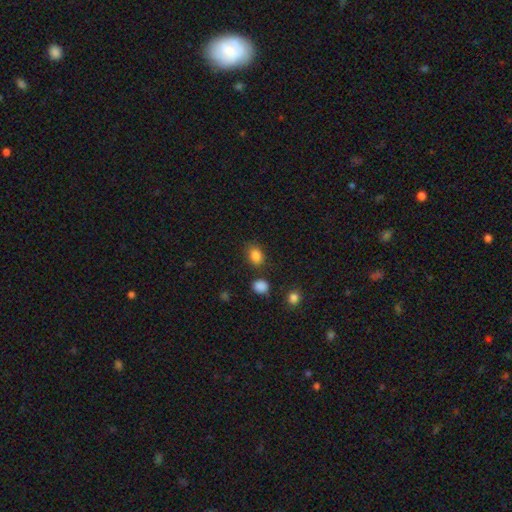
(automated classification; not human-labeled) Morphology: type=smooth (85%); roundness=in between (54%); merging=none (76%).